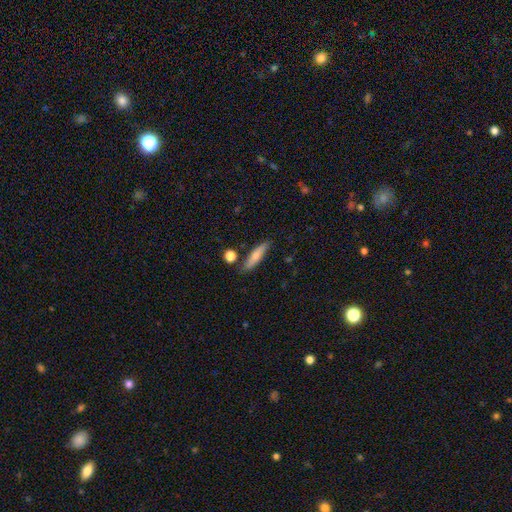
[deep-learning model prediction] smooth-or-featured: smooth: 71% | featured or disk: 23% | star or artifact: 6%
  how-rounded: cigar-shaped: 78% | in between: 20% | round: 2%
  merging: none: 80% | minor disturbance: 12% | merger: 5% | major disturbance: 3%